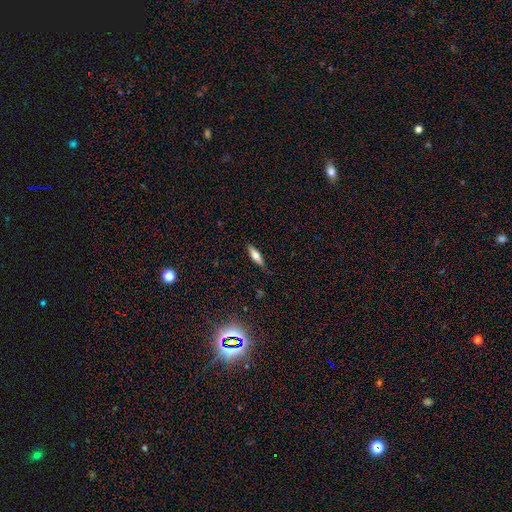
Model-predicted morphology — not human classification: smooth 64%, featured or disk 28%, star or artifact 8%. Down the decision tree: how rounded — cigar-shaped (61%); merging — none (82%).